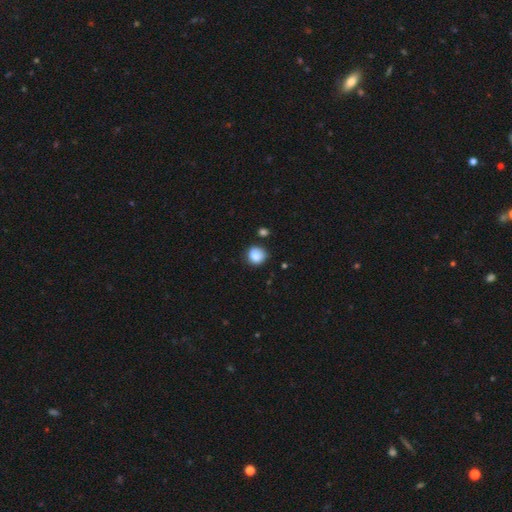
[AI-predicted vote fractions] smooth-or-featured: smooth: 84% | star or artifact: 9% | featured or disk: 7%
  how-rounded: round: 84% | in between: 15% | cigar-shaped: 1%
  merging: none: 71% | minor disturbance: 20% | major disturbance: 4% | merger: 4%